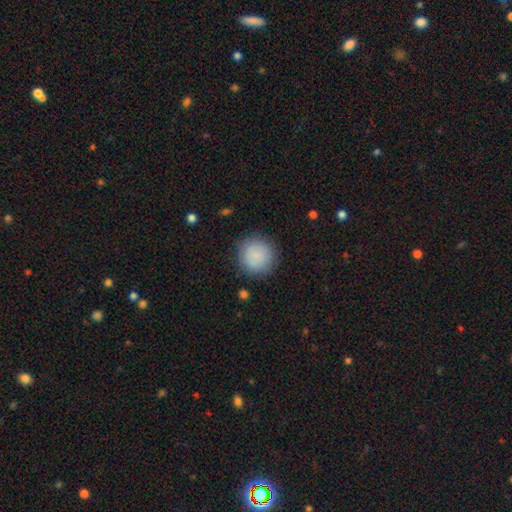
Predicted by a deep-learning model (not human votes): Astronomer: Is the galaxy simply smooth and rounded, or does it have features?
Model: smooth — 85%.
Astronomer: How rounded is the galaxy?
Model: round — 94%.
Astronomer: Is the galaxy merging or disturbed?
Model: none — 86%.